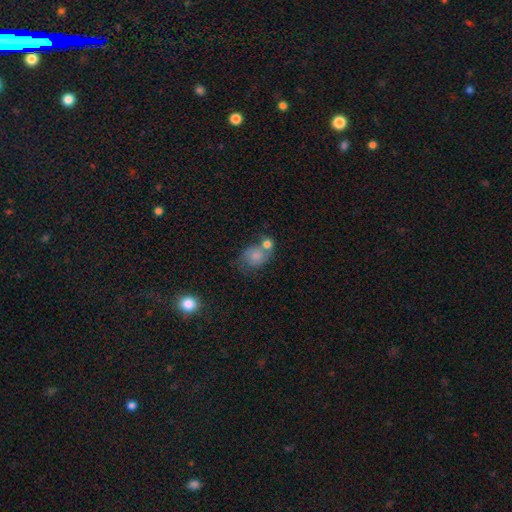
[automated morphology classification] Smooth or featured: smooth — 61% (featured or disk — 29%)
How rounded: round — 53% (in between — 46%)
Merging: merger — 41% (none — 31%)